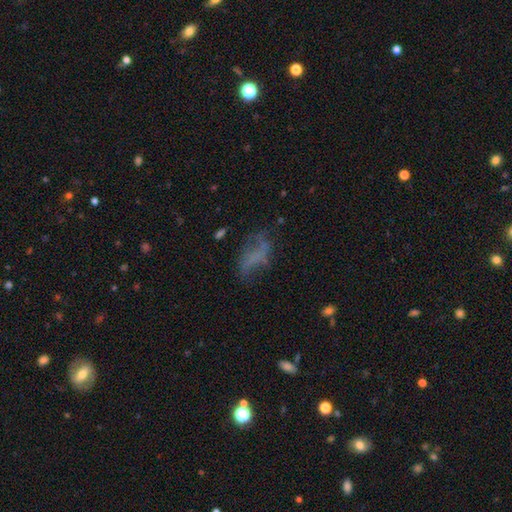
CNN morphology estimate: Smooth or featured? featured or disk (43%)
Merging? none (45%)